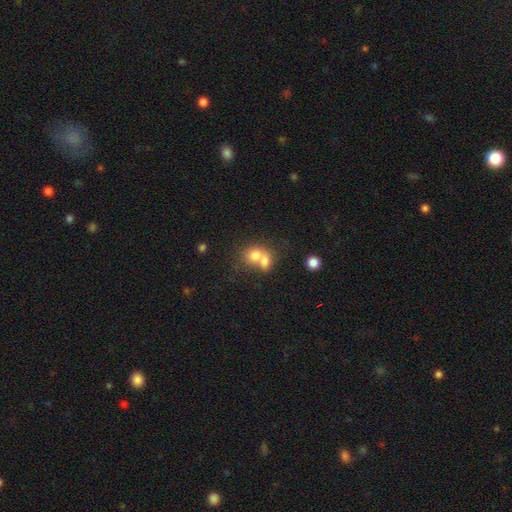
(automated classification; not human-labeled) Smooth or featured: smooth — 73% (featured or disk — 17%)
How rounded: round — 60% (in between — 39%)
Merging: merger — 70% (none — 21%)